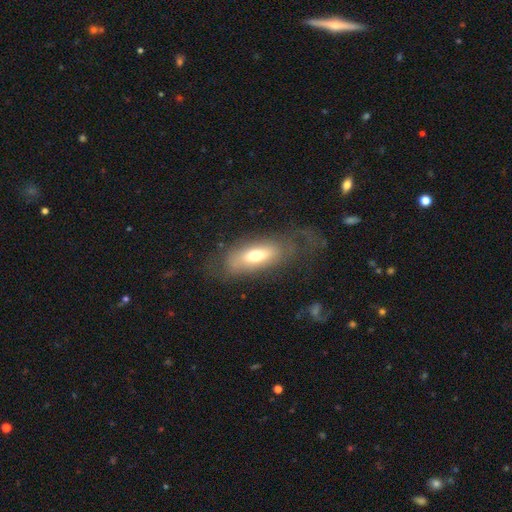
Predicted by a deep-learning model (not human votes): Smooth or featured?
  - smooth: 61% *
  - featured or disk: 31%
  - star or artifact: 8%
How rounded?
  - in between: 78% *
  - cigar-shaped: 17%
  - round: 4%
Merging?
  - none: 57% *
  - major disturbance: 21%
  - minor disturbance: 20%
  - merger: 2%